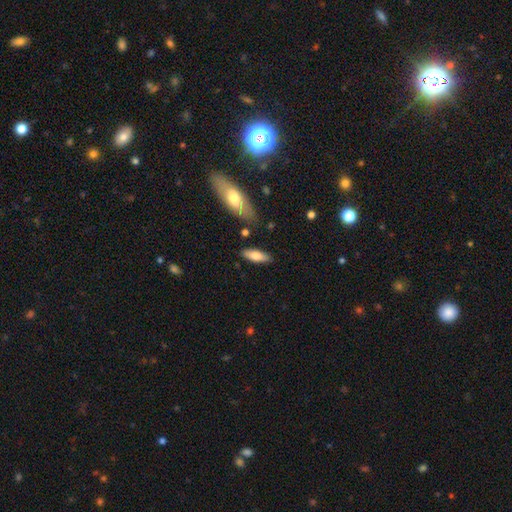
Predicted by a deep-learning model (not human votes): Q: Smooth or featured?
A: smooth (73%); runner-up: featured or disk (21%)
Q: How rounded?
A: in between (62%); runner-up: cigar-shaped (36%)
Q: Merging?
A: none (81%); runner-up: minor disturbance (12%)